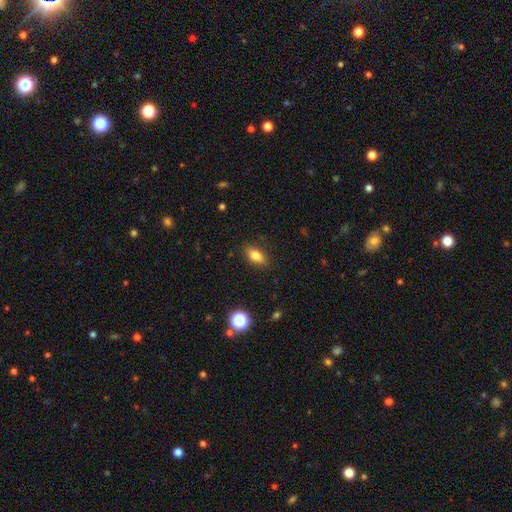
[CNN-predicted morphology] Smooth or featured? Predicted: smooth (p=0.79). How rounded? Predicted: in between (p=0.84). Merging? Predicted: none (p=0.87).